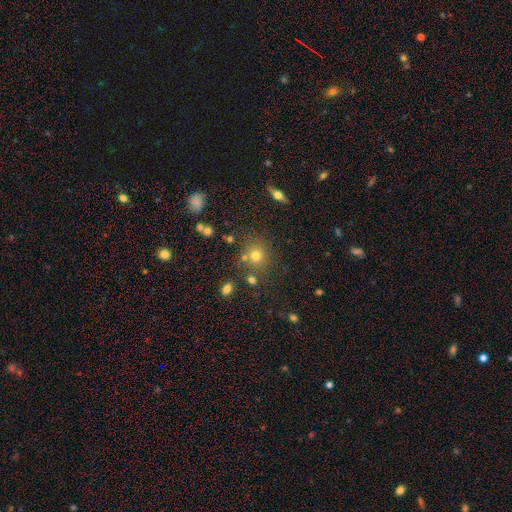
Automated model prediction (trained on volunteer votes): A smooth galaxy with no disk features (70%) that is round (86%).

Vote fractions:
- Smooth or featured? smooth: 70% / star or artifact: 18% / featured or disk: 12%
- How rounded? round: 86% / in between: 13% / cigar-shaped: 1%
- Merging? none: 75% / minor disturbance: 11% / merger: 10% / major disturbance: 4%